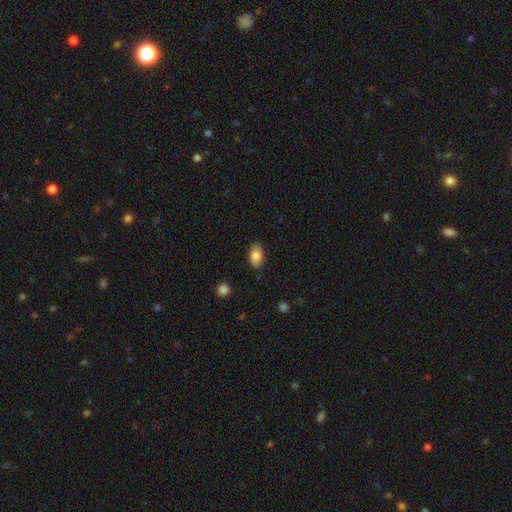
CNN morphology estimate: smooth 83%, featured or disk 10%, star or artifact 7%. Down the decision tree: how rounded — in between (91%); merging — none (85%).